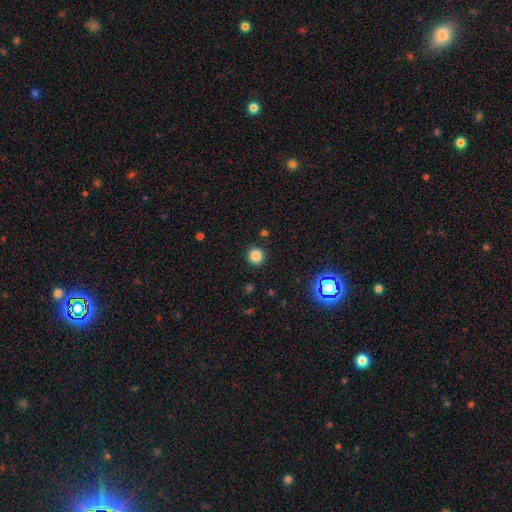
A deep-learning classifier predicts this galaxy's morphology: The model was most divided on "smooth or featured": smooth: 83%, star or artifact: 13%, featured or disk: 4%. More confident: how rounded — round (95%); merging — none (91%).